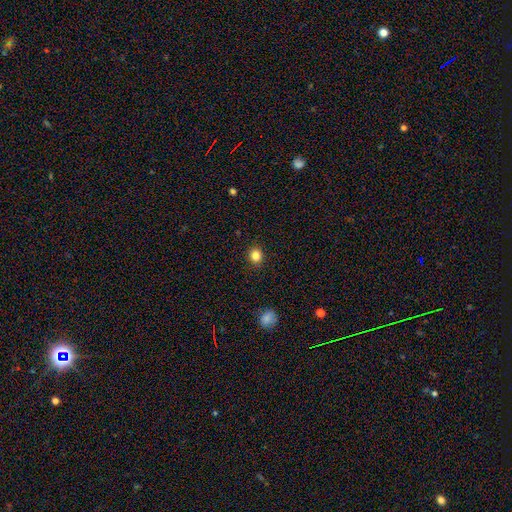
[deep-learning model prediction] Q: Smooth or featured?
A: smooth (84%); runner-up: star or artifact (12%)
Q: How rounded?
A: round (80%); runner-up: in between (19%)
Q: Merging?
A: none (91%); runner-up: minor disturbance (6%)